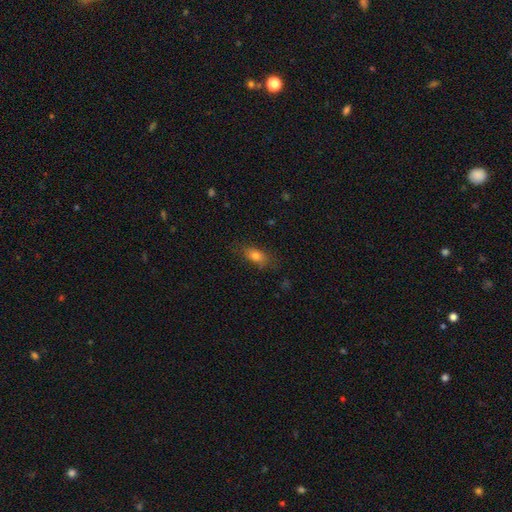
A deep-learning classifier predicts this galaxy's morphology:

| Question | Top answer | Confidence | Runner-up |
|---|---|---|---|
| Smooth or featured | smooth | 78% | featured or disk (12%) |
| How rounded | in between | 81% | round (10%) |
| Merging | none | 76% | minor disturbance (17%) |